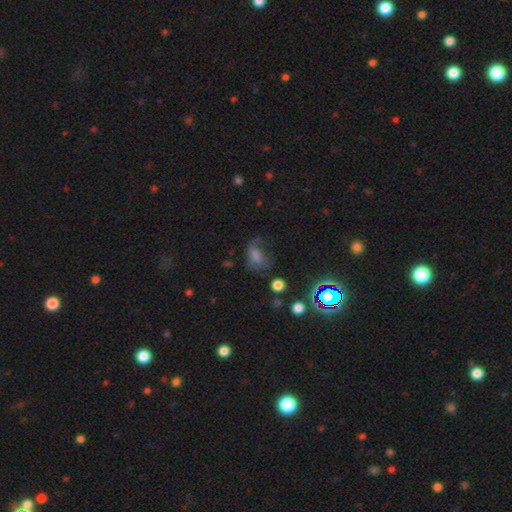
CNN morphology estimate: This appears to be a smooth galaxy with no disk features (44%). Merging: none (38%).